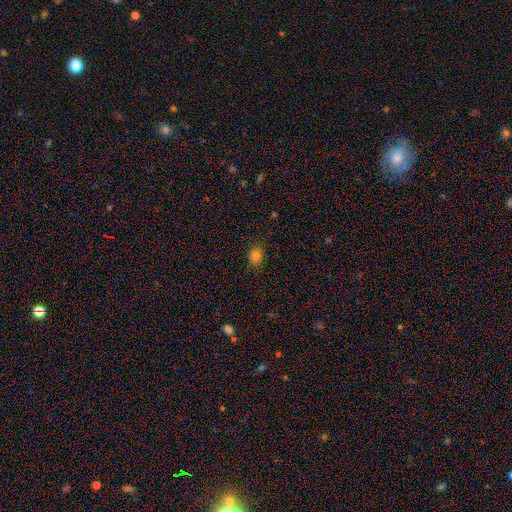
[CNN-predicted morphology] This appears to be a smooth galaxy with no disk features (79%) that is in between round and cigar-shaped (52%). Merging: none (87%).